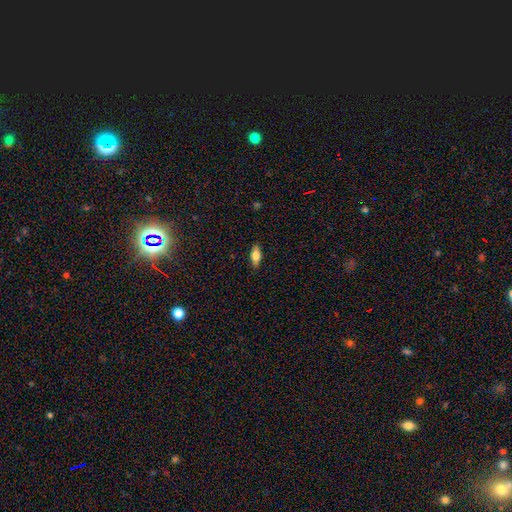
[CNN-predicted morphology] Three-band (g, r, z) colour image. It shows a smooth galaxy with no disk features (66%) that is in between round and cigar-shaped (73%). Merging: none (88%).